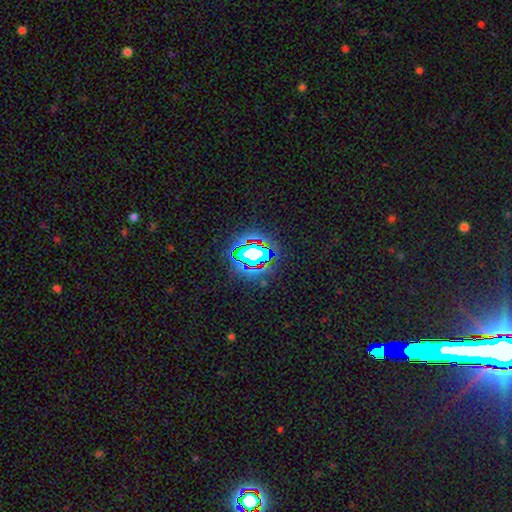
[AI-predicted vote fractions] Overall: star or artifact (65%).